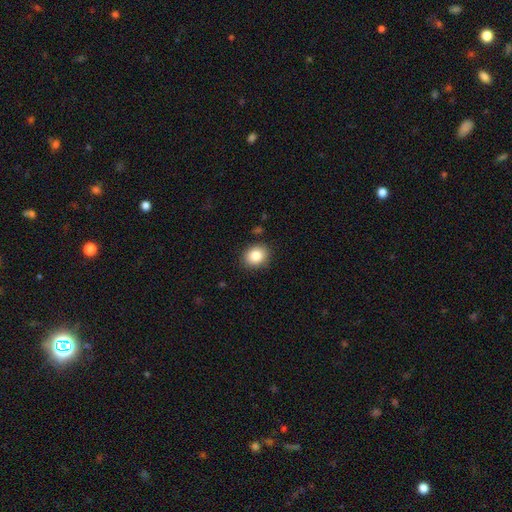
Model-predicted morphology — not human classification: A smooth galaxy with no disk features (84%) that is round (61%).

Vote fractions:
- Smooth or featured? smooth: 84% / star or artifact: 9% / featured or disk: 7%
- How rounded? round: 61% / in between: 38% / cigar-shaped: 1%
- Merging? none: 88% / minor disturbance: 8% / major disturbance: 2% / merger: 2%